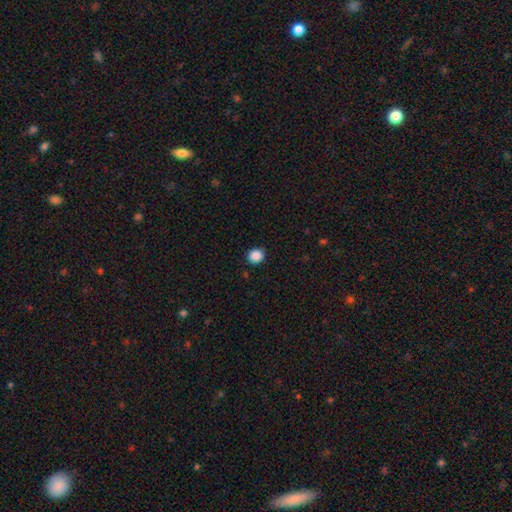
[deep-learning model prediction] This is clearly a smooth galaxy (88%). How rounded: likely round (77%). Merging: clearly none (90%).